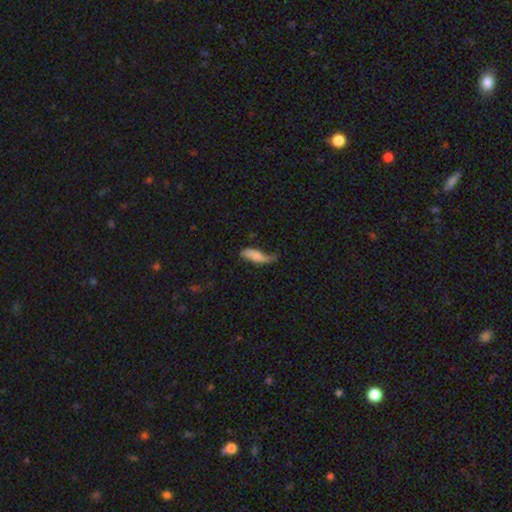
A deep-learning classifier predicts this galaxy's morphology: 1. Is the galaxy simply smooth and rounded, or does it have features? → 66% smooth, 27% featured or disk, 7% star or artifact.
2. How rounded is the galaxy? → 58% in between, 39% cigar-shaped, 2% round.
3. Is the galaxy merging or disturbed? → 37% none (tied), 37% minor disturbance (tied), 23% major disturbance, 4% merger.